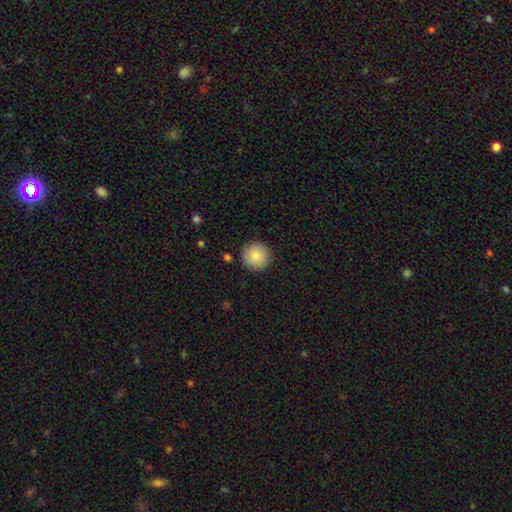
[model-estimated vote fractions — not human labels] Smooth or featured? smooth (87%)
How rounded? round (96%)
Merging? none (91%)